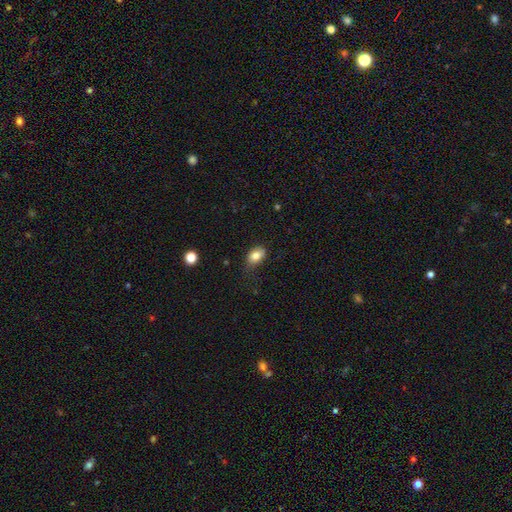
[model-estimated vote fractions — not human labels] A smooth galaxy with no disk features (82%) that is in between round and cigar-shaped (83%). Merging: none (58%).